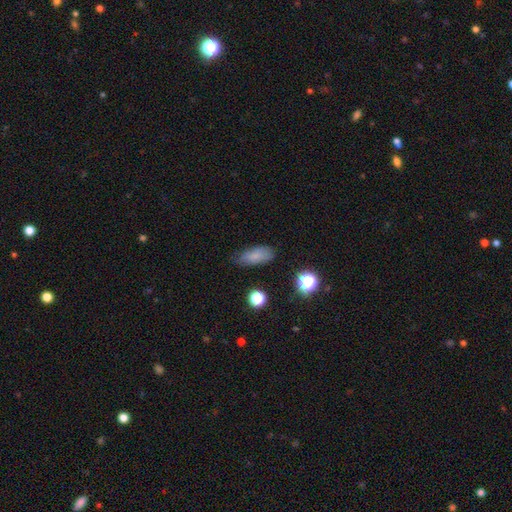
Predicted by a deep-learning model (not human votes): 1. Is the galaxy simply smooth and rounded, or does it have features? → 76% smooth, 13% featured or disk, 11% star or artifact.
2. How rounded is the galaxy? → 79% in between, 16% cigar-shaped, 5% round.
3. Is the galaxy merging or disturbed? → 74% none, 19% minor disturbance, 5% major disturbance, 2% merger.